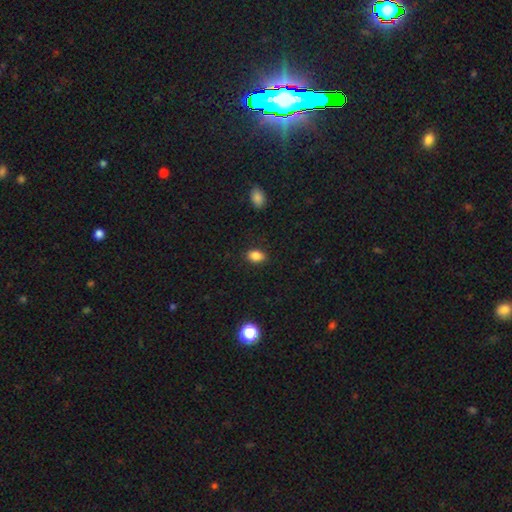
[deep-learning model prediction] The model was most divided on "how rounded": in between: 82%, round: 16%, cigar-shaped: 2%. More confident: merging — none (86%); smooth or featured — smooth (85%).